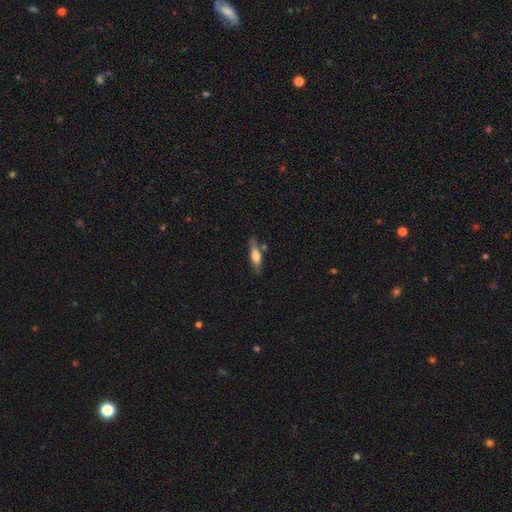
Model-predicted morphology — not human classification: Overall: smooth (62%; featured or disk 31%). How rounded: cigar-shaped (52%; in between 46%). Merging: none (69%).